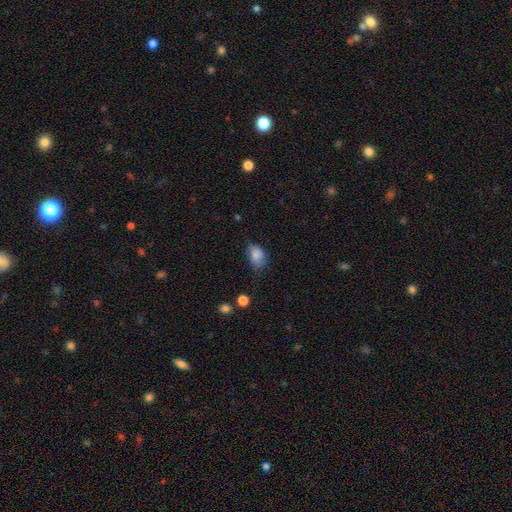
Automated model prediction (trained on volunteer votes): smooth-or-featured: smooth: 81% | featured or disk: 11% | star or artifact: 8%
  how-rounded: in between: 79% | round: 20% | cigar-shaped: 1%
  merging: none: 56% | minor disturbance: 32% | major disturbance: 9% | merger: 2%